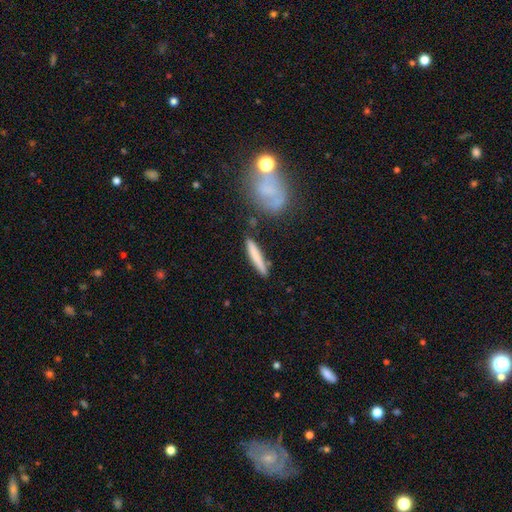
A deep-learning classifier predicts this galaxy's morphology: type=smooth (72%); roundness=cigar-shaped (93%); merging=none (83%).